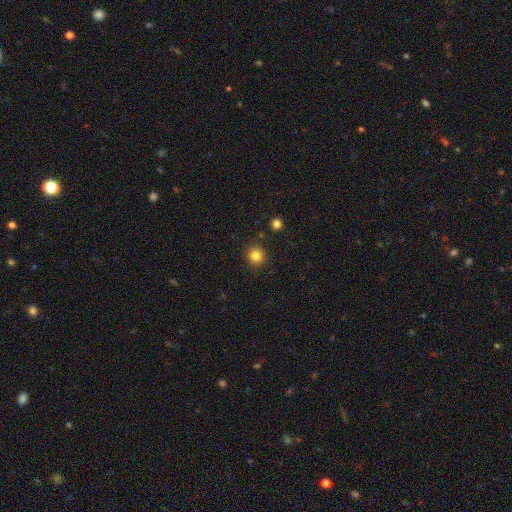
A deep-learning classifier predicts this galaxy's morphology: Overall: smooth (82%). How rounded: round (93%). Merging: none (89%).